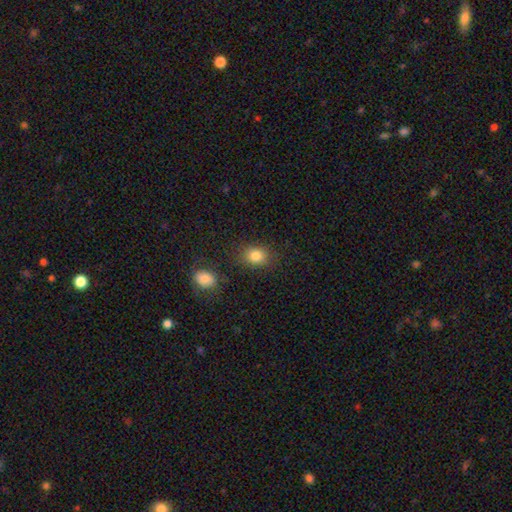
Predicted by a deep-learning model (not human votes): Smooth or featured?
  - smooth: 83% *
  - star or artifact: 11%
  - featured or disk: 6%
How rounded?
  - round: 50% *
  - in between: 49%
  - cigar-shaped: 1%
Merging?
  - none: 80% *
  - minor disturbance: 12%
  - merger: 4%
  - major disturbance: 4%